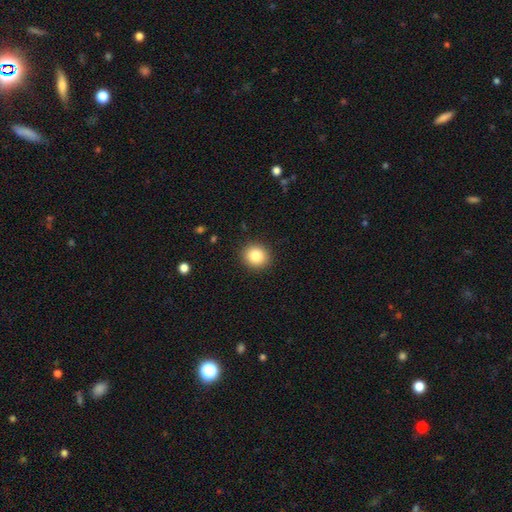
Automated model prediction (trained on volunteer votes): Smooth or featured? smooth (86%)
How rounded? round (85%)
Merging? none (91%)